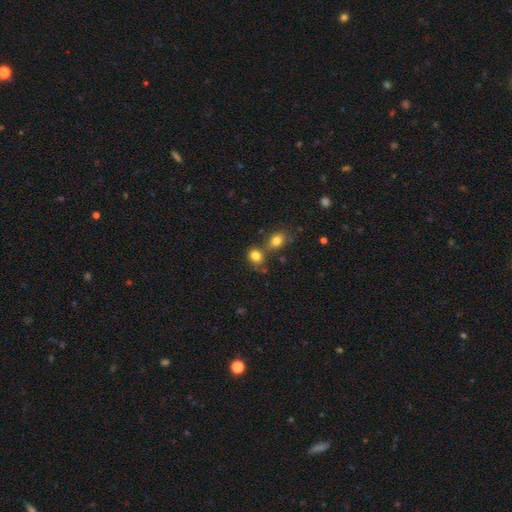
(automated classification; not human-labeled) The model was most divided on "how rounded": round: 58%, in between: 40%, cigar-shaped: 1%. More confident: smooth or featured — smooth (81%); merging — none (53%).